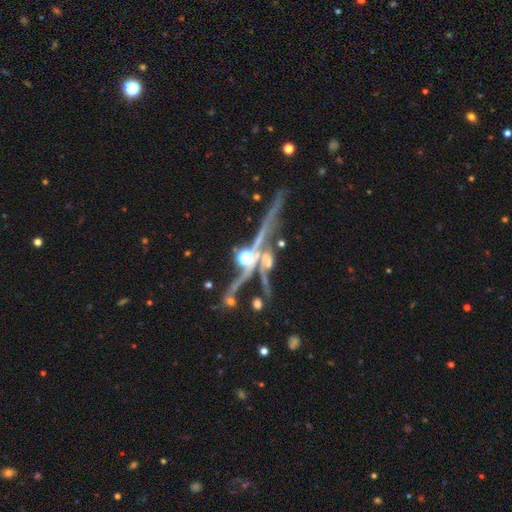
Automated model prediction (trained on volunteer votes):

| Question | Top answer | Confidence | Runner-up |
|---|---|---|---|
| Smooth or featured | featured or disk | 65% | star or artifact (24%) |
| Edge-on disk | yes | 88% | no (12%) |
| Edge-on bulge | rounded | 63% | none (28%) |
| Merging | none | 69% | merger (13%) |